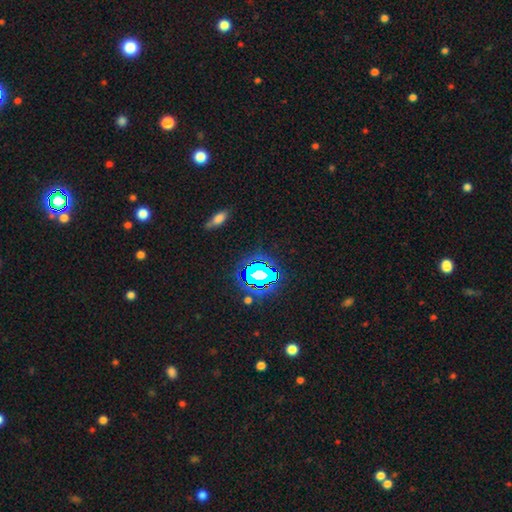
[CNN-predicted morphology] Overall: star or artifact (78%).